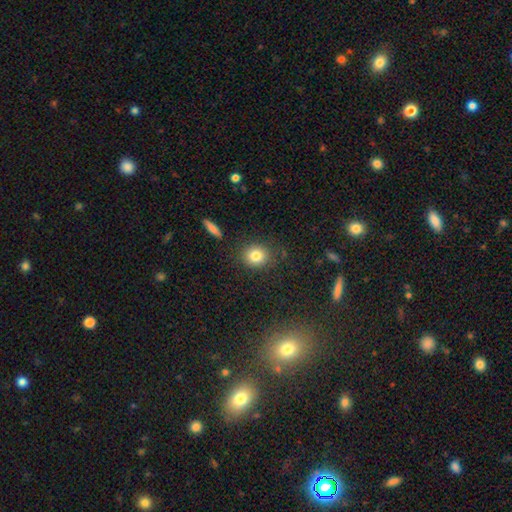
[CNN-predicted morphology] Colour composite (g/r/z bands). It shows a smooth galaxy with no disk features (82%) that is round (78%). Merging: none (85%).